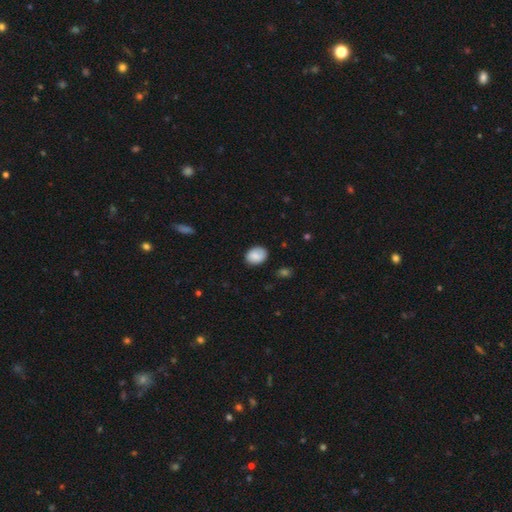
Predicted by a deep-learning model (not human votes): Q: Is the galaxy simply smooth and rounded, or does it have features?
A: smooth — 82%.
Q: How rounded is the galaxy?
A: in between — 58%.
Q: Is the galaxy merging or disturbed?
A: none — 80%.